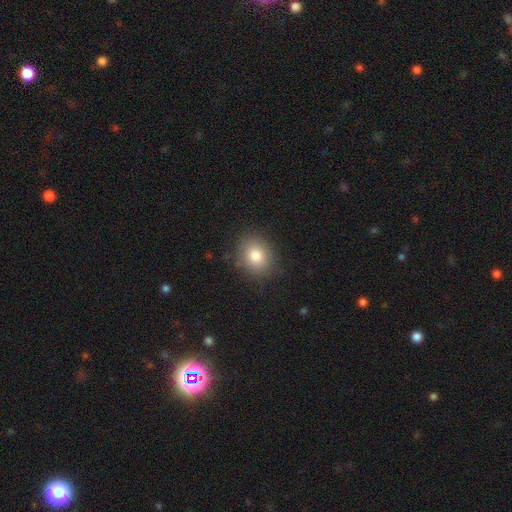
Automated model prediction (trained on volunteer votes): A smooth galaxy with no disk features (80%) that is round (62%).

Vote fractions:
- Smooth or featured? smooth: 80% / star or artifact: 11% / featured or disk: 9%
- How rounded? round: 62% / in between: 38% / cigar-shaped: 1%
- Merging? none: 85% / minor disturbance: 10% / major disturbance: 3% / merger: 1%